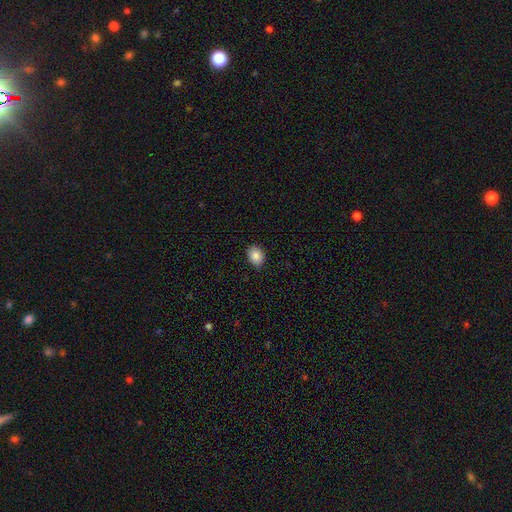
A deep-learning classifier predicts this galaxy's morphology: Smooth or featured?
  - smooth: 86% *
  - star or artifact: 8%
  - featured or disk: 5%
How rounded?
  - in between: 66% *
  - round: 33%
  - cigar-shaped: 1%
Merging?
  - none: 86% *
  - minor disturbance: 11%
  - major disturbance: 2%
  - merger: 1%